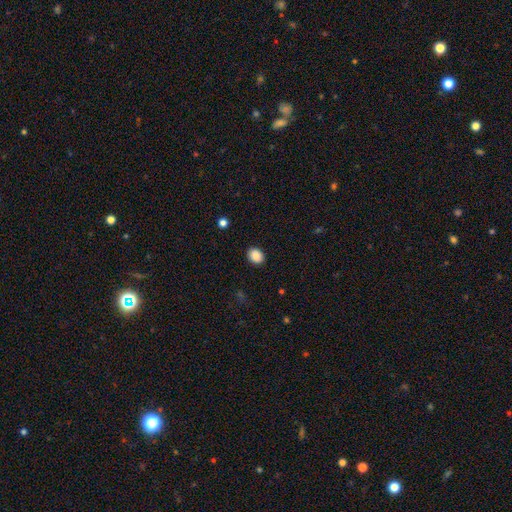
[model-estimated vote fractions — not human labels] Smooth or featured? smooth (89%)
How rounded? in between (53%)
Merging? none (90%)